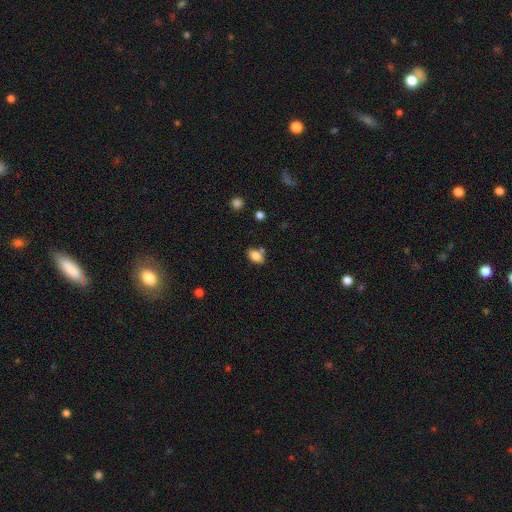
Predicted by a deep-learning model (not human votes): Q: Smooth or featured?
A: smooth (83%); runner-up: star or artifact (9%)
Q: How rounded?
A: in between (84%); runner-up: round (14%)
Q: Merging?
A: none (70%); runner-up: minor disturbance (15%)